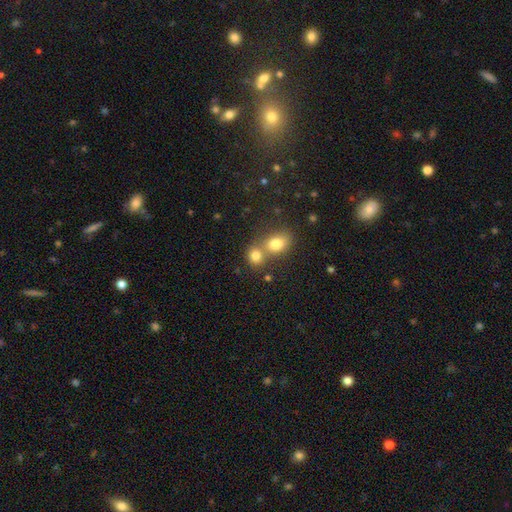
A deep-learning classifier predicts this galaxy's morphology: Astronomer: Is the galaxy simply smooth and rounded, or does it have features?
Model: smooth — 79%.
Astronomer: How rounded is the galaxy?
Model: round — 66%.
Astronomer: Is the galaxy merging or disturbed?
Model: merger — 53% (runner-up: none, 37%).